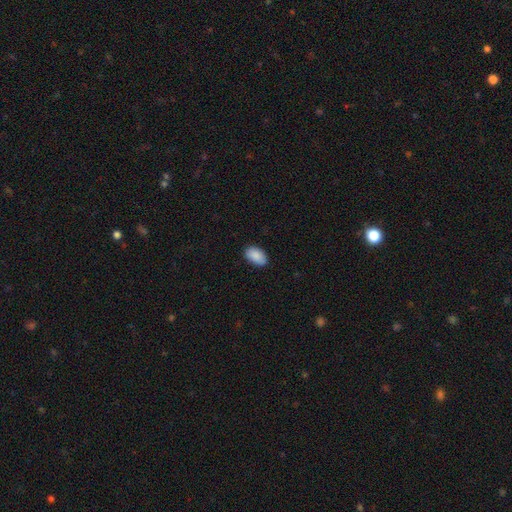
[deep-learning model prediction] Overall: smooth (90%). How rounded: in between (94%). Merging: none (86%).